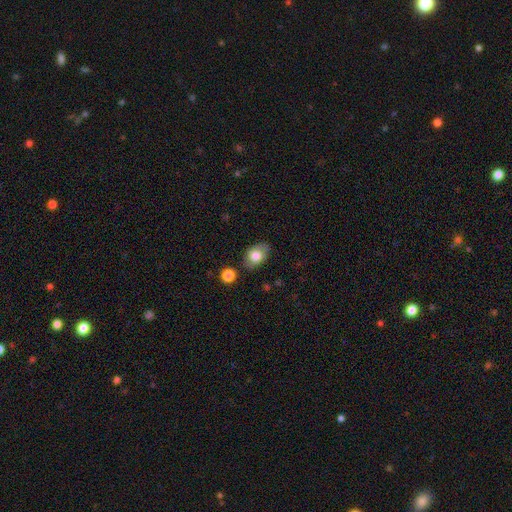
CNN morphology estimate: This is likely a smooth galaxy (78%). How rounded: clearly in between (83%). Merging: likely none (77%).